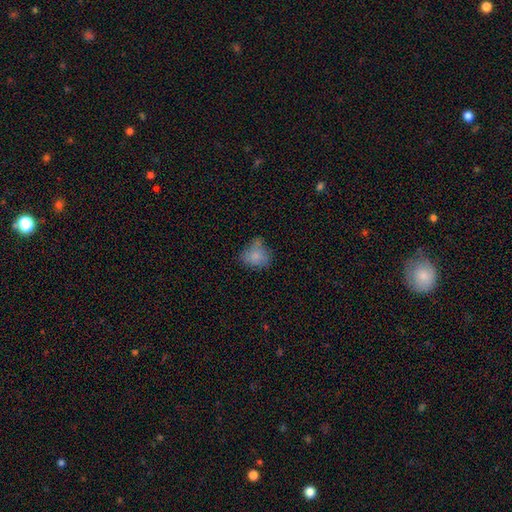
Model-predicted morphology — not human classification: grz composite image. It shows a smooth galaxy with no disk features (78%) that is round (58%). Merging: none (50%).